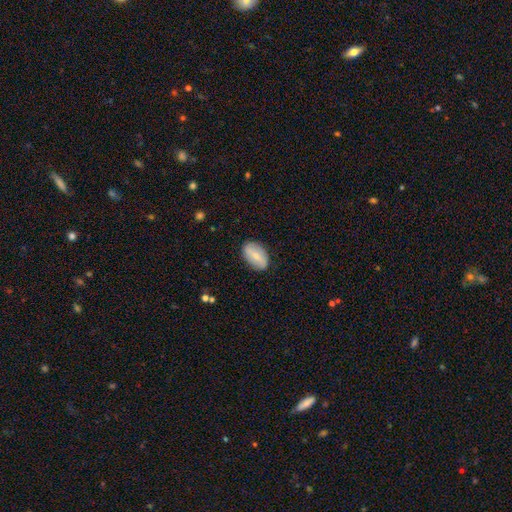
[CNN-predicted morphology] Smooth or featured?
  - smooth: 54% *
  - featured or disk: 39%
  - star or artifact: 6%
How rounded?
  - in between: 90% *
  - round: 8%
  - cigar-shaped: 2%
Merging?
  - none: 84% *
  - minor disturbance: 12%
  - major disturbance: 3%
  - merger: 1%